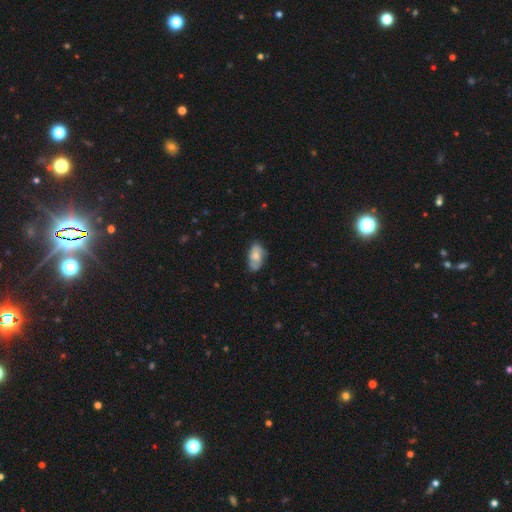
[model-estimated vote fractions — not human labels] Smooth or featured? smooth (63%)
How rounded? in between (93%)
Merging? none (67%)